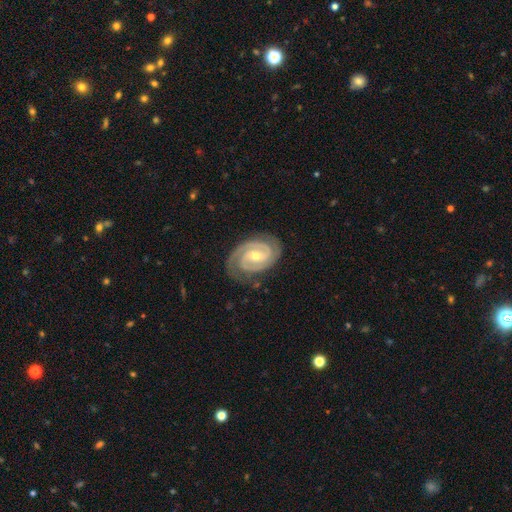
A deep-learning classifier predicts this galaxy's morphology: featured or disk 92%, smooth 4%, star or artifact 4%. Down the decision tree: edge-on disk — no (97%); bar — weak (41%); spiral arms — yes (98%); spiral arm count — 2 (86%); spiral winding — tight (73%); bulge size — moderate (49%, tied with small); merging — none (81%).